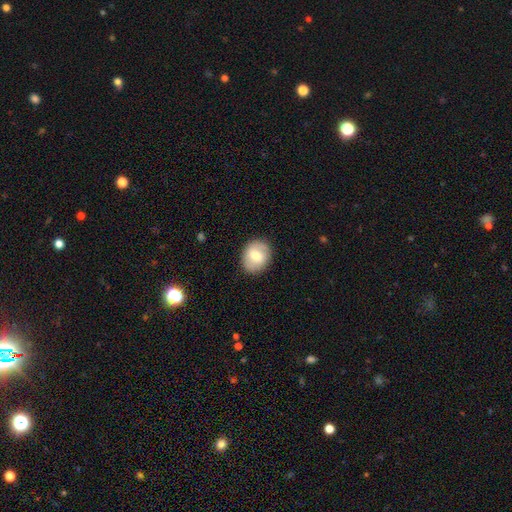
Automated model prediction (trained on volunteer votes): Smooth or featured: smooth — 68% (featured or disk — 26%)
How rounded: round — 56% (in between — 43%)
Merging: none — 87% (minor disturbance — 9%)